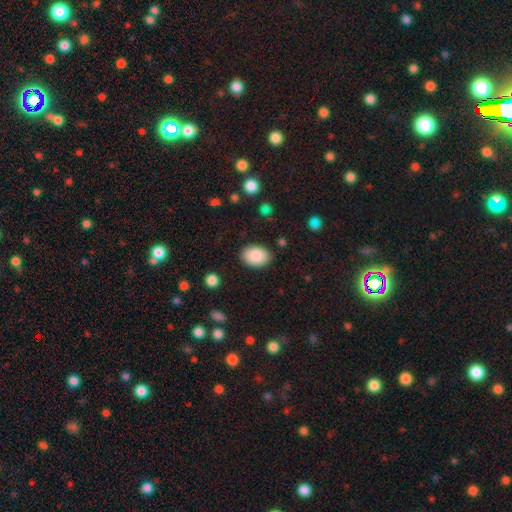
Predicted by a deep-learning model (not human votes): smooth_or_featured: smooth (p=0.88) [alt: star or artifact p=0.07]
how_rounded: in between (p=0.80) [alt: round p=0.19]
merging: none (p=0.86) [alt: minor disturbance p=0.11]